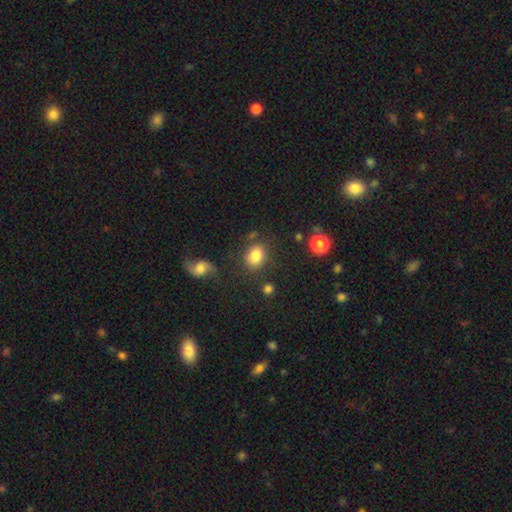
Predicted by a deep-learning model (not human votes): smooth 82%, star or artifact 10%, featured or disk 9%. Down the decision tree: how rounded — in between (54%); merging — none (75%).